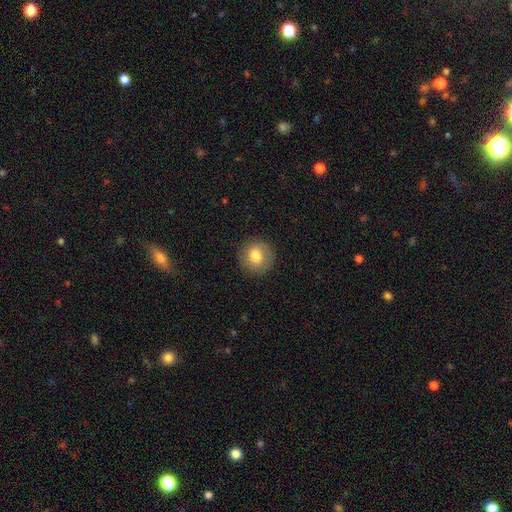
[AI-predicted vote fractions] Smooth or featured: smooth — 75% (featured or disk — 17%)
How rounded: round — 92% (in between — 7%)
Merging: none — 87% (minor disturbance — 9%)